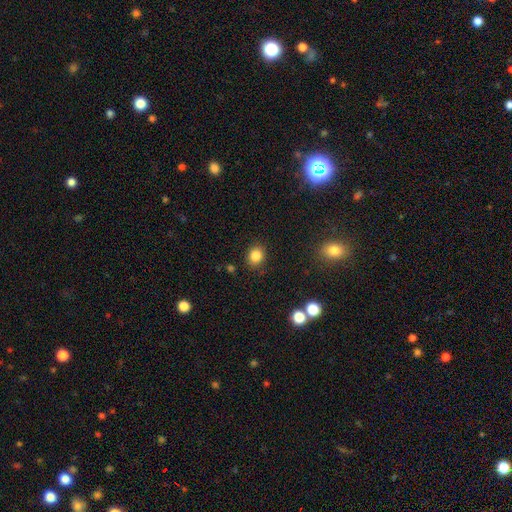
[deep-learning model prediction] Smooth or featured: smooth — 84% (star or artifact — 11%)
How rounded: round — 62% (in between — 38%)
Merging: none — 87% (minor disturbance — 9%)